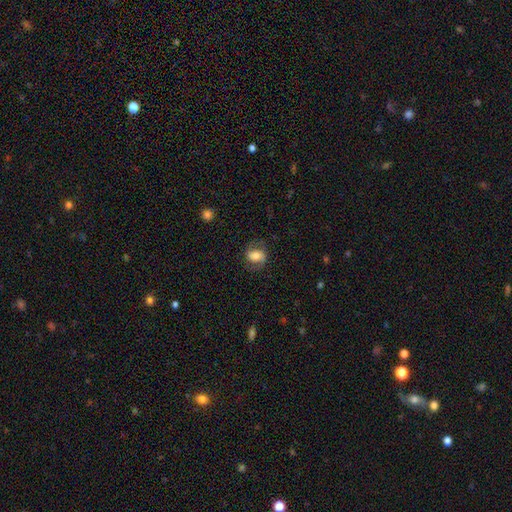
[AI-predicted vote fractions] smooth_or_featured: featured or disk (p=0.51) [alt: smooth p=0.40]
disk_edge_on: no (p=0.96) [alt: yes p=0.04]
merging: none (p=0.73) [alt: minor disturbance p=0.16]